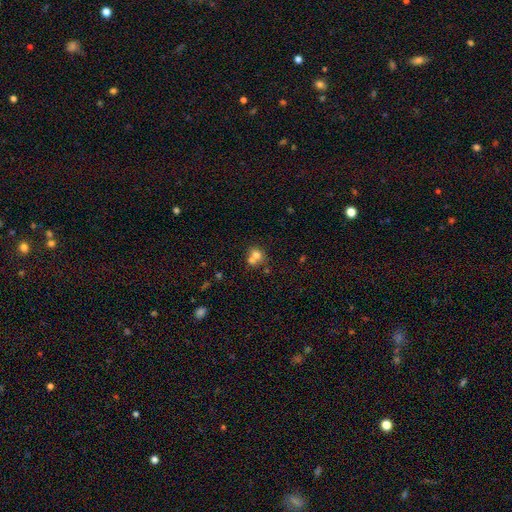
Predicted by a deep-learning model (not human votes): Smooth or featured? Predicted: smooth (p=0.68). How rounded? Predicted: round (p=0.75). Merging? Predicted: merger (p=0.53).